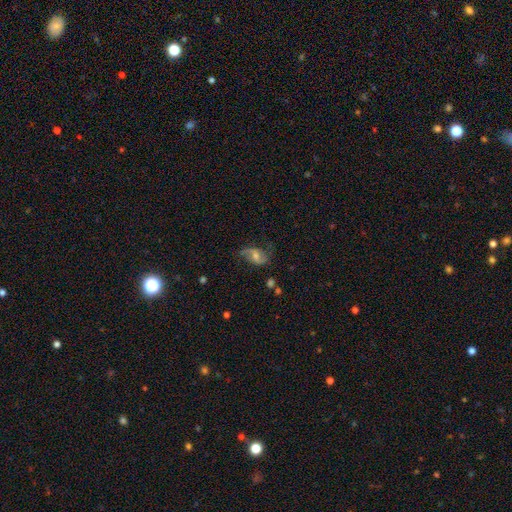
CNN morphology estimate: type=featured or disk (71%); edge-on=no (96%); bar=weak (43%); spiral arms=yes (91%); winding=loose (65%); arm count=2 (88%); bulge=moderate (58%); merging=none (64%).